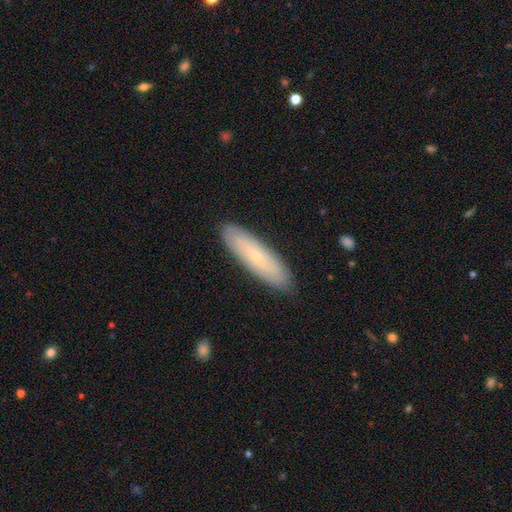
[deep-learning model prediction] smooth 54%, featured or disk 39%, star or artifact 7%. Down the decision tree: how rounded — cigar-shaped (60%); merging — none (87%).